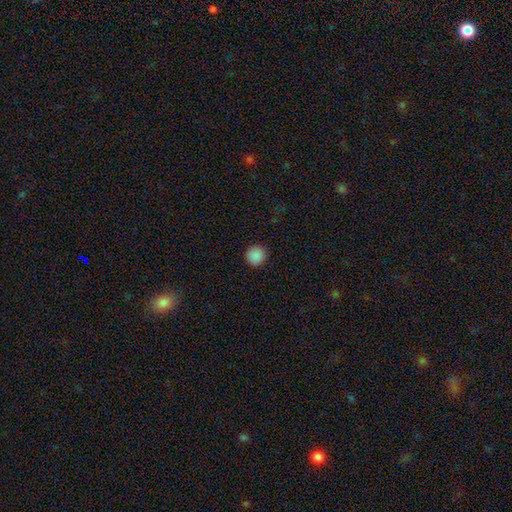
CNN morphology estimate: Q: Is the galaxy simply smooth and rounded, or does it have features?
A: smooth — 89%.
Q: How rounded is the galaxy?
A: round — 93%.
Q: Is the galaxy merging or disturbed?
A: none — 92%.